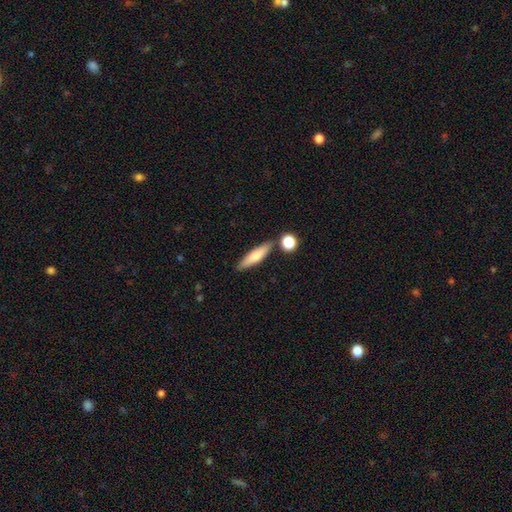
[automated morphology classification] Smooth or featured: smooth — 69% (featured or disk — 24%)
How rounded: cigar-shaped — 76% (in between — 22%)
Merging: none — 79% (minor disturbance — 11%)